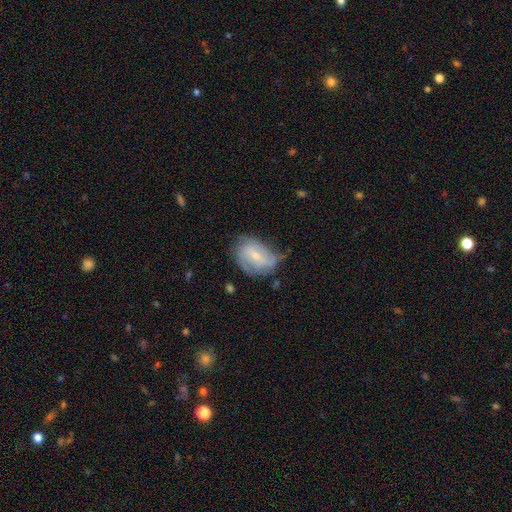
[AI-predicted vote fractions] Smooth or featured: featured or disk — 56% (smooth — 36%)
Edge-on disk: no — 96% (yes — 4%)
Bar: weak — 44% (no — 40%)
Spiral arms: yes — 71% (no — 29%)
Bulge size: small — 61% (moderate — 33%)
Merging: none — 46% (minor disturbance — 35%)